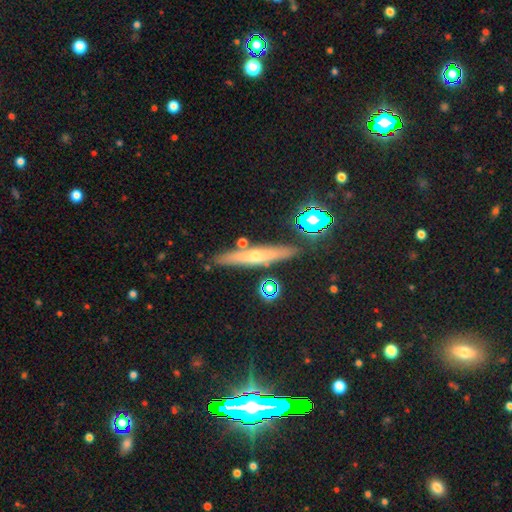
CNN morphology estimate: featured or disk 51%, smooth 34%, star or artifact 15%. Down the decision tree: edge-on disk — yes (90%); merging — none (85%).